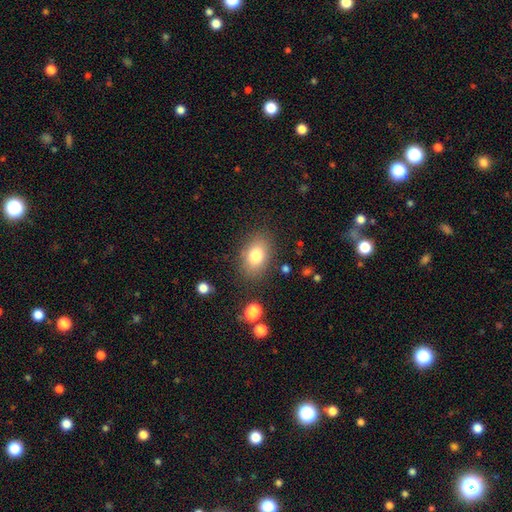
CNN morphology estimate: smooth 79%, featured or disk 11%, star or artifact 10%. Down the decision tree: how rounded — in between (79%); merging — none (83%).